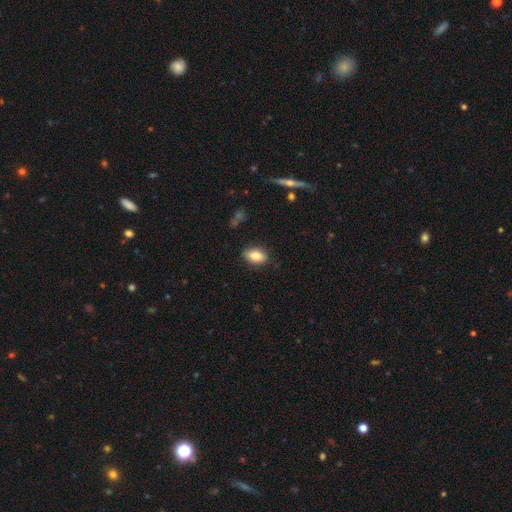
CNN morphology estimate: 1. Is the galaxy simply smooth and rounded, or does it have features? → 83% smooth, 10% featured or disk, 7% star or artifact.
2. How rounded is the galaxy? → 89% in between, 8% round, 3% cigar-shaped.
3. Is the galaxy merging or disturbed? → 83% none, 12% minor disturbance, 3% major disturbance, 1% merger.